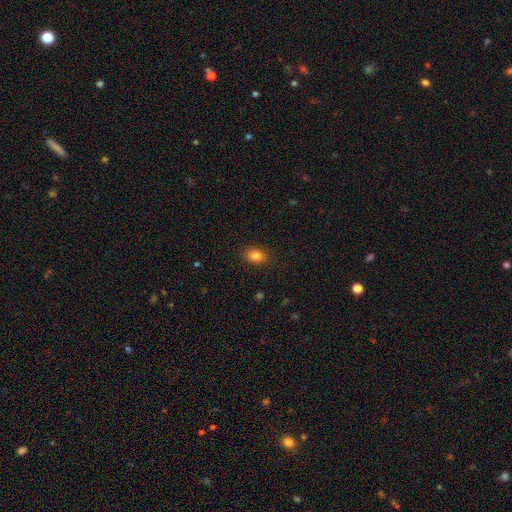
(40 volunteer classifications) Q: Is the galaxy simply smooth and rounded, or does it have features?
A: smooth — 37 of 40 (92%).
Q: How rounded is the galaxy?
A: in between — 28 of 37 (76%).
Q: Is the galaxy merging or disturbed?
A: none — 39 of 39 (100%).